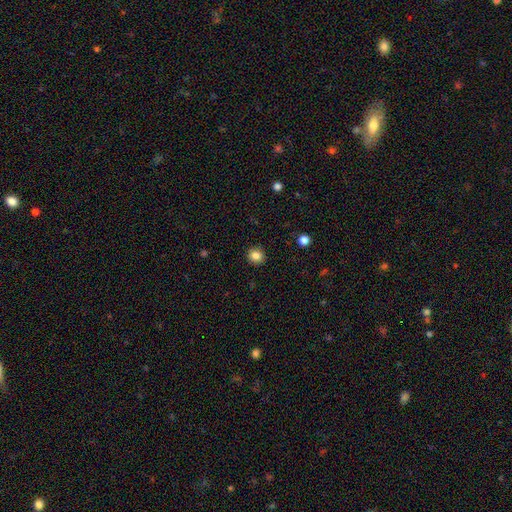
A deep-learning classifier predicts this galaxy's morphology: Smooth or featured: smooth — 84% (star or artifact — 11%)
How rounded: round — 90% (in between — 9%)
Merging: none — 91% (minor disturbance — 6%)